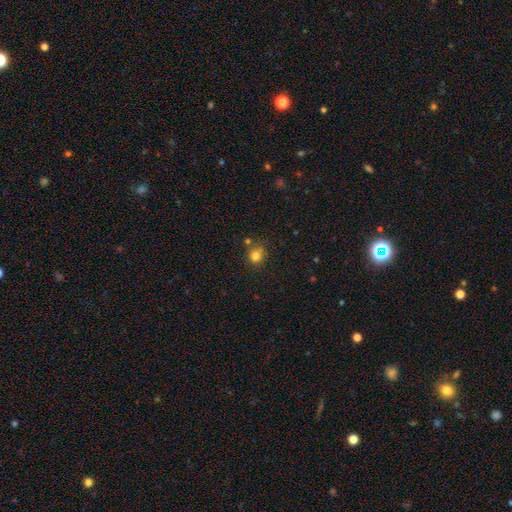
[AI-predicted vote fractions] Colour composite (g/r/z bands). It shows a smooth galaxy with no disk features (80%) that is round (82%). Merging: none (69%).